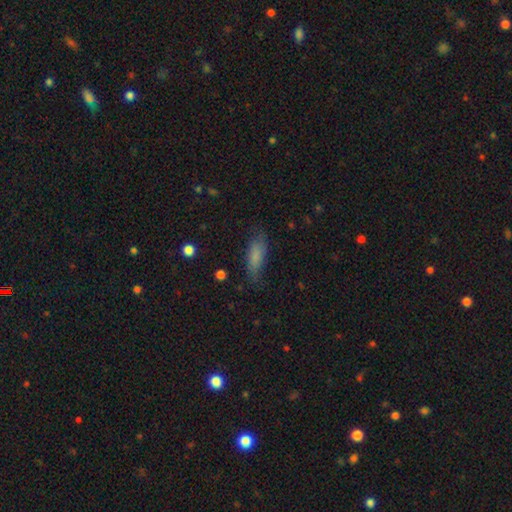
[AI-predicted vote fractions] Smooth or featured? Predicted: smooth (p=0.75). How rounded? Predicted: in between (p=0.63). Merging? Predicted: none (p=0.67).